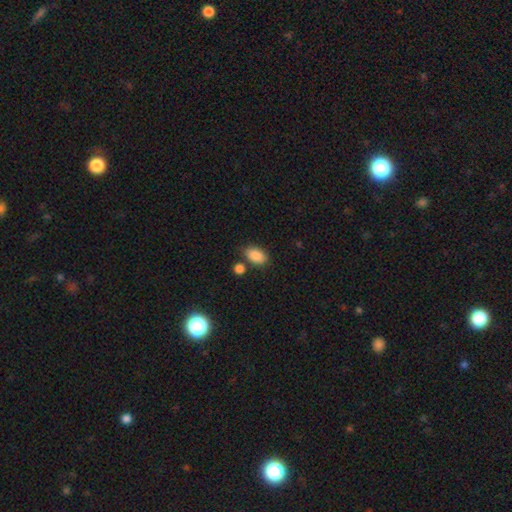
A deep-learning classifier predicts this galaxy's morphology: The model was most divided on "merging": none: 69%, minor disturbance: 16%, merger: 11%, major disturbance: 4%. More confident: how rounded — in between (89%); smooth or featured — smooth (88%).